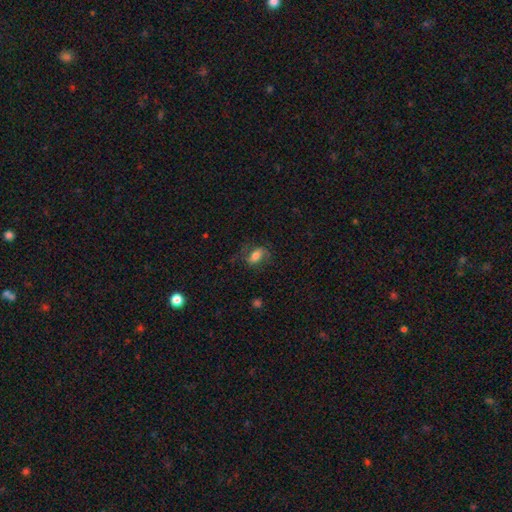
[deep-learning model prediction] smooth_or_featured: smooth (p=0.59) [alt: featured or disk p=0.32]
how_rounded: in between (p=0.83) [alt: round p=0.13]
merging: none (p=0.61) [alt: minor disturbance p=0.22]